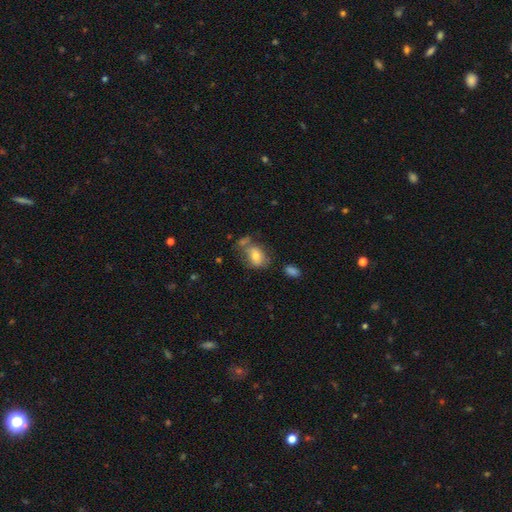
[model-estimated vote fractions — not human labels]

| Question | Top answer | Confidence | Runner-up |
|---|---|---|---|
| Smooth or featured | smooth | 72% | featured or disk (20%) |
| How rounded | in between | 76% | round (22%) |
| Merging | none | 48% | minor disturbance (22%) |